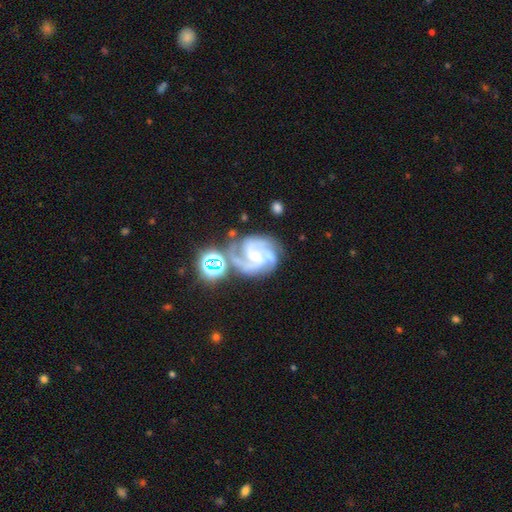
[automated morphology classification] Smooth or featured: featured or disk — 87% (star or artifact — 7%)
Edge-on disk: no — 98% (yes — 2%)
Bar: no — 43% (weak — 41%)
Spiral arms: yes — 98% (no — 2%)
Spiral winding: tight — 47% (medium — 45%)
Spiral arm count: 3 — 54% (4 — 17%)
Bulge size: small — 61% (moderate — 30%)
Merging: none — 63% (minor disturbance — 19%)